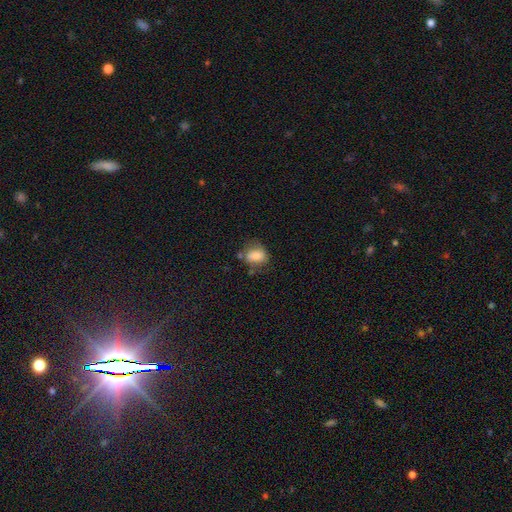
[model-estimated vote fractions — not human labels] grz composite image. It shows a smooth galaxy with no disk features (79%) that is in between round and cigar-shaped (61%). Merging: none (58%).